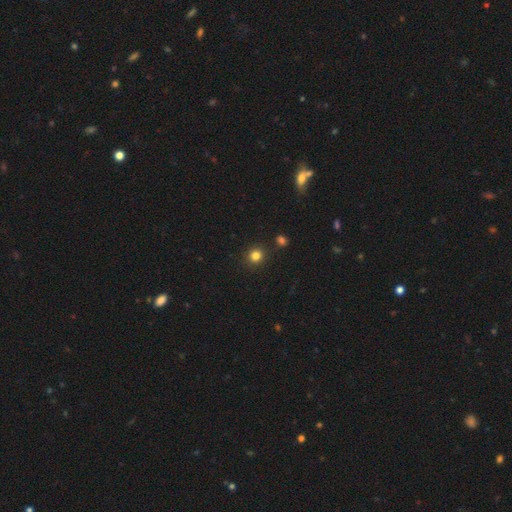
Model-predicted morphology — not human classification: Smooth or featured?
  - smooth: 82% *
  - star or artifact: 14%
  - featured or disk: 5%
How rounded?
  - round: 90% *
  - in between: 9%
  - cigar-shaped: 1%
Merging?
  - none: 88% *
  - minor disturbance: 7%
  - merger: 3%
  - major disturbance: 2%